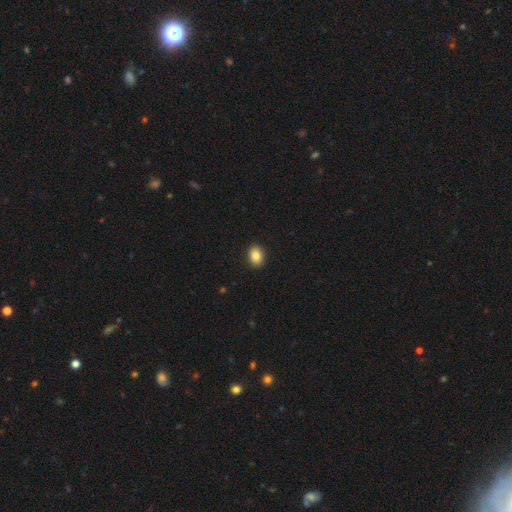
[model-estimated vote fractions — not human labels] Overall: smooth (86%). How rounded: in between (76%). Merging: none (91%).